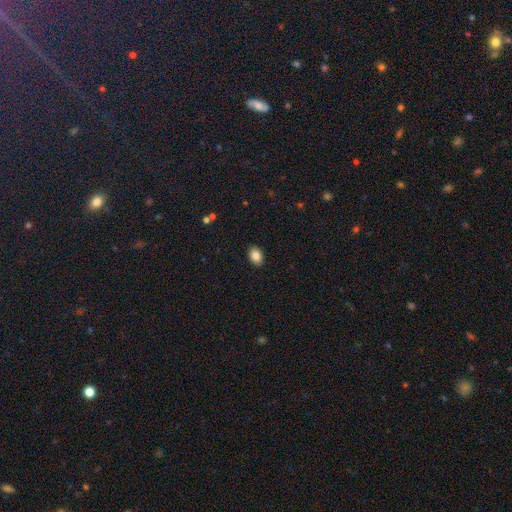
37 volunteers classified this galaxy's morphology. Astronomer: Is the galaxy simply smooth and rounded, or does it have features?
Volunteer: smooth — 92%.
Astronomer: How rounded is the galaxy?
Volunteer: in between — 76%.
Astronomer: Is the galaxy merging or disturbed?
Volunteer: none — 89%.